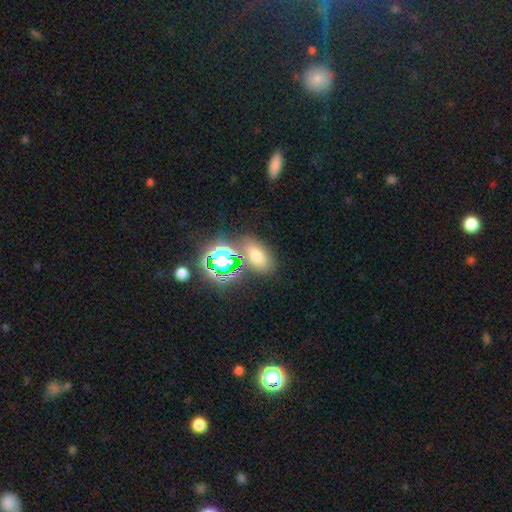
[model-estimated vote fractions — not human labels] Smooth or featured: star or artifact — 54% (smooth — 35%)